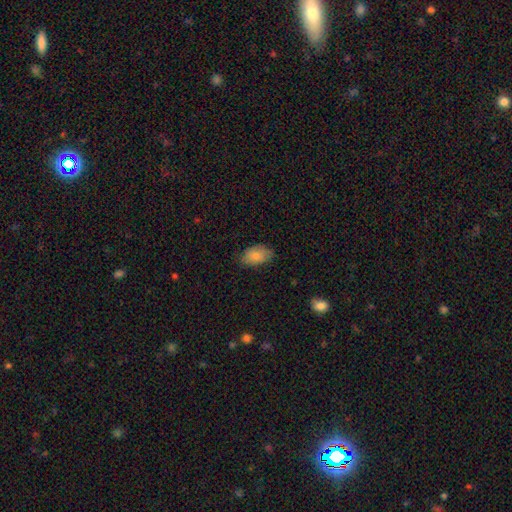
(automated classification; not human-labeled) Overall: smooth (81%). How rounded: in between (91%). Merging: none (75%).